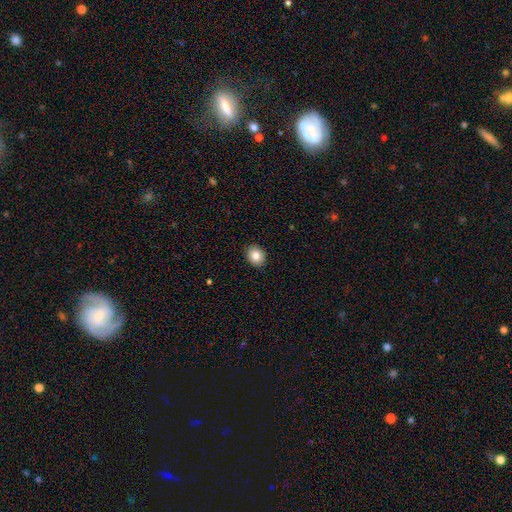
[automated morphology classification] smooth 83%, star or artifact 9%, featured or disk 8%. Down the decision tree: how rounded — round (60%); merging — none (91%).